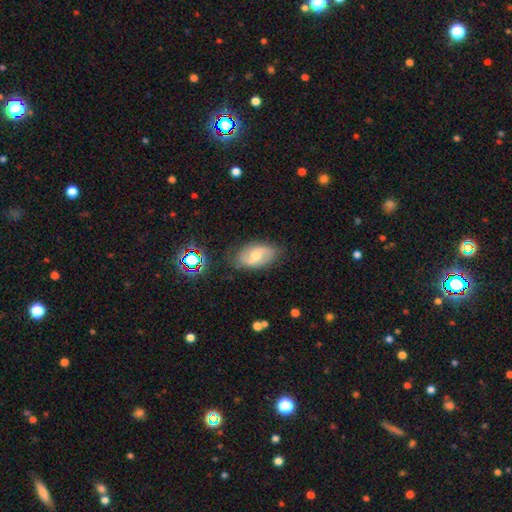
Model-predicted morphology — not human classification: Smooth or featured?
  - featured or disk: 54% *
  - smooth: 37%
  - star or artifact: 8%
Edge-on disk?
  - no: 94% *
  - yes: 6%
Bar?
  - weak: 47% *
  - no: 40%
  - strong: 13%
Spiral arms?
  - yes: 78% *
  - no: 22%
Bulge size?
  - moderate: 65% *
  - small: 26%
  - large: 5%
  - none: 2%
  - dominant: 1%
Merging?
  - none: 77% *
  - minor disturbance: 17%
  - major disturbance: 4%
  - merger: 2%